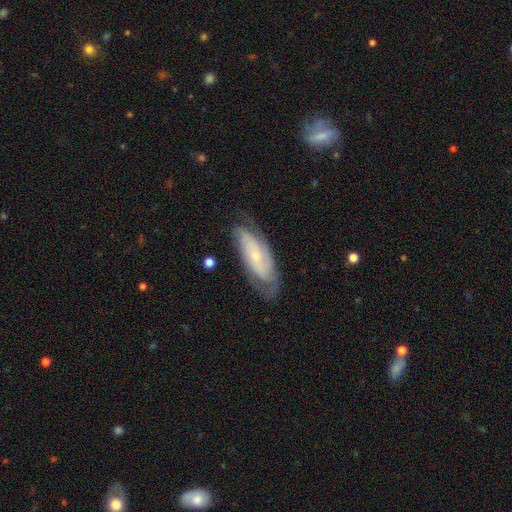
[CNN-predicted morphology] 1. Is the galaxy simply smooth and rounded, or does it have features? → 69% featured or disk, 25% smooth, 6% star or artifact.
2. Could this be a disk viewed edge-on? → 87% no, 13% yes.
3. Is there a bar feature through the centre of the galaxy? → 66% no, 25% weak, 10% strong.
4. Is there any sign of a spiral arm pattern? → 89% yes, 11% no.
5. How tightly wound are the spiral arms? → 54% tight, 33% medium, 12% loose.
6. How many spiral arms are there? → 50% 2, 35% can't tell, 7% 3, 4% 1, 3% 4, 2% more than 4.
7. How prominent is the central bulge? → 73% small, 21% moderate, 4% none, 2% large, 1% dominant.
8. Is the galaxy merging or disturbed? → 69% none, 21% minor disturbance, 8% major disturbance, 1% merger.